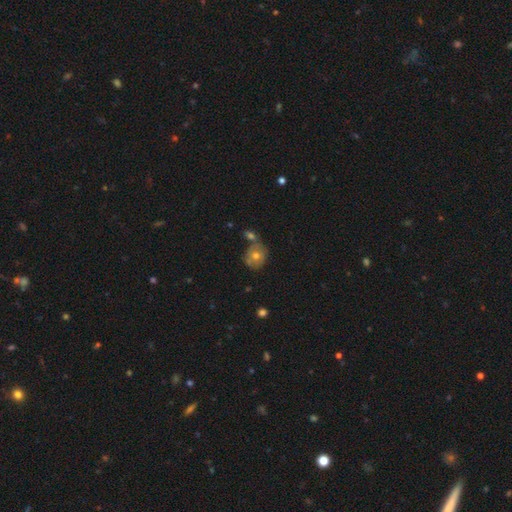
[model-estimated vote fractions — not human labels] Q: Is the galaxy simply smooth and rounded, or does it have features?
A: smooth — 61%.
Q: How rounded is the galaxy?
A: round — 73%.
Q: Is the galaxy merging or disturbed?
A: none — 57%.